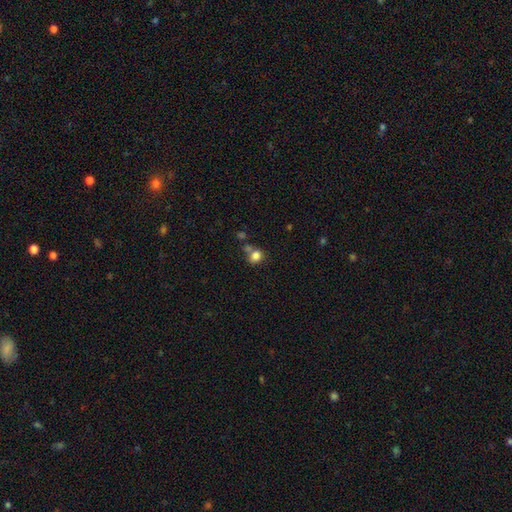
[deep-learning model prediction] Q: Smooth or featured?
A: smooth (80%); runner-up: star or artifact (12%)
Q: How rounded?
A: round (72%); runner-up: in between (27%)
Q: Merging?
A: none (53%); runner-up: merger (23%)